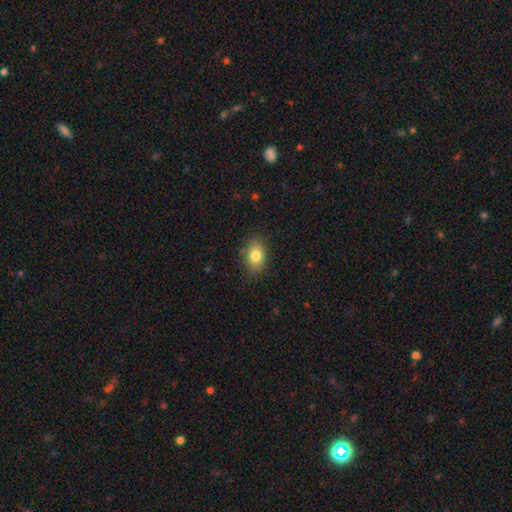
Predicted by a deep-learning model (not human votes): A smooth galaxy with no disk features (81%) that is in between round and cigar-shaped (81%). Merging: none (84%).